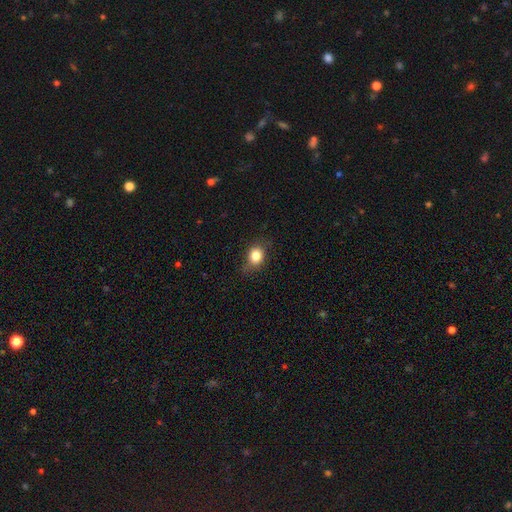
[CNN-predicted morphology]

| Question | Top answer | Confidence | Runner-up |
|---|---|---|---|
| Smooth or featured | smooth | 81% | star or artifact (10%) |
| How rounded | round | 54% | in between (45%) |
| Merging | none | 71% | minor disturbance (22%) |